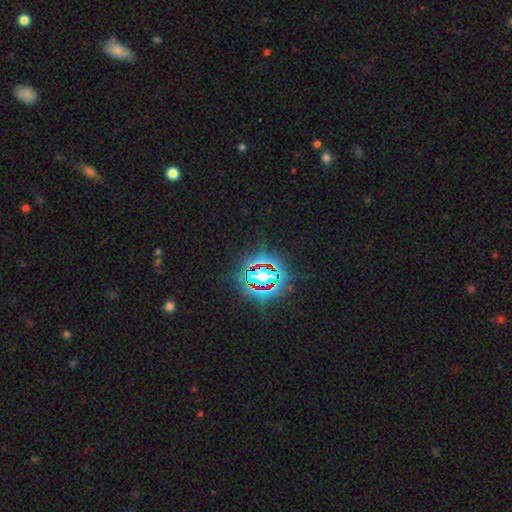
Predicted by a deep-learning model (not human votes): A star or artifact, not a galaxy (81%).